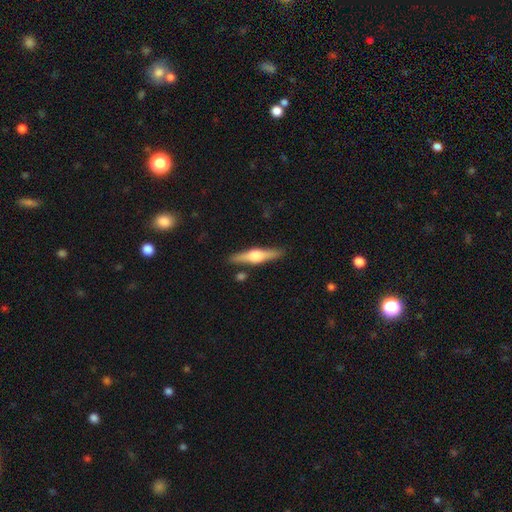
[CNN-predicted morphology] smooth_or_featured: featured or disk (p=0.71) [alt: smooth p=0.24]
disk_edge_on: yes (p=0.97) [alt: no p=0.03]
edge_on_bulge: rounded (p=0.93) [alt: boxy p=0.05]
merging: none (p=0.87) [alt: minor disturbance p=0.08]